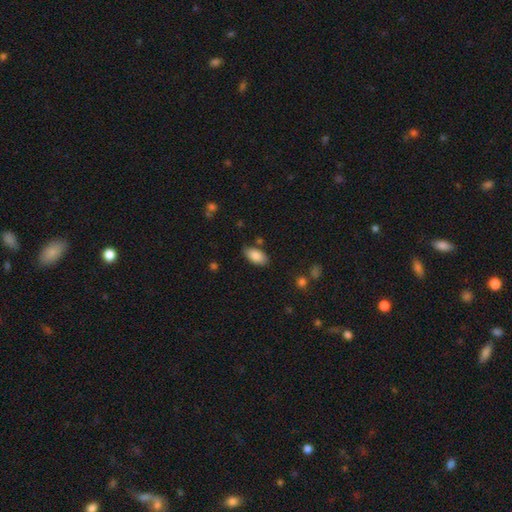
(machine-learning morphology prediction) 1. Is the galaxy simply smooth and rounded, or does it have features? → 85% smooth, 8% featured or disk, 7% star or artifact.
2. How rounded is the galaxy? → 94% in between, 3% cigar-shaped, 3% round.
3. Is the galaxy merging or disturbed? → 81% none, 13% minor disturbance, 3% merger, 3% major disturbance.